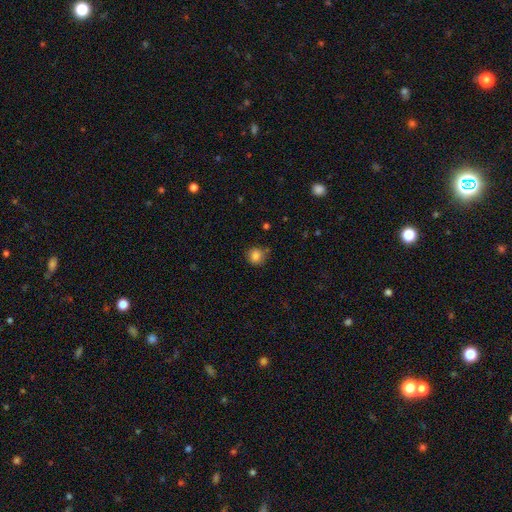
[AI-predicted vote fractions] Smooth or featured? smooth (84%)
How rounded? round (90%)
Merging? none (80%)